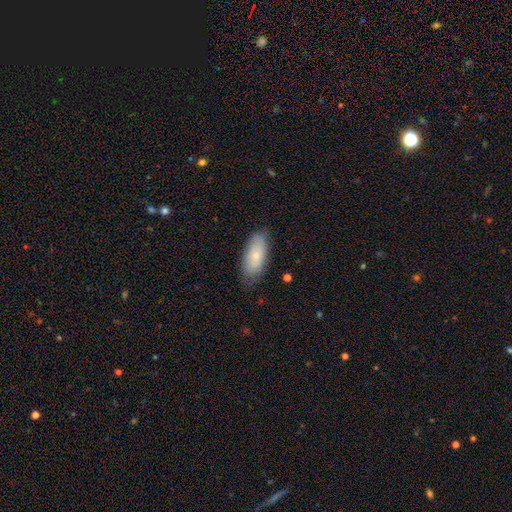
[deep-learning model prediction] A smooth galaxy with no disk features (71%) that is in between round and cigar-shaped (87%). Merging: none (75%).